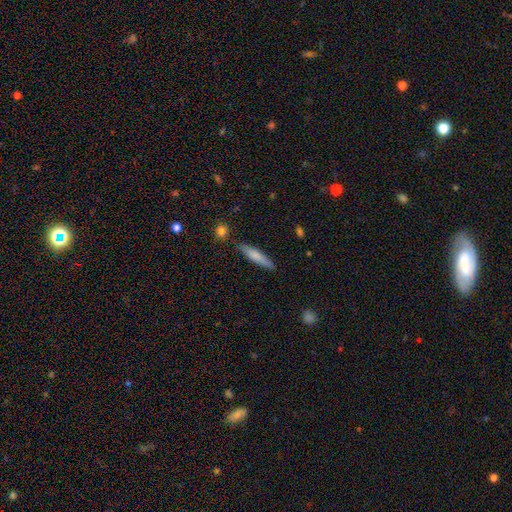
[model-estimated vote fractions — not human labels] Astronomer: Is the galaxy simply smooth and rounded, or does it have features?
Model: smooth — 73%.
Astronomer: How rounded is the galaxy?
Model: cigar-shaped — 87%.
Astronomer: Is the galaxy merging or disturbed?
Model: none — 84%.